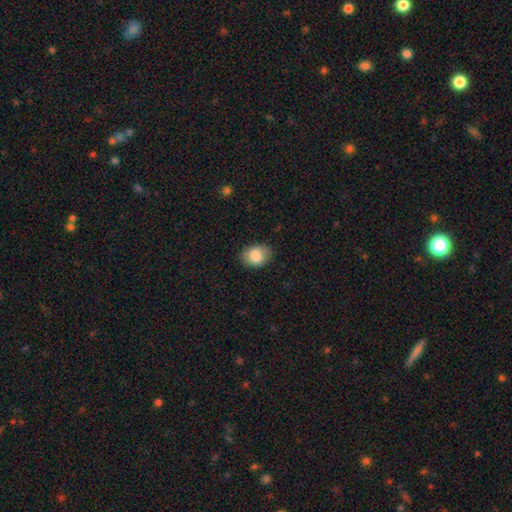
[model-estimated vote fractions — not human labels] Smooth or featured? Predicted: smooth (p=0.86). How rounded? Predicted: in between (p=0.63). Merging? Predicted: none (p=0.85).